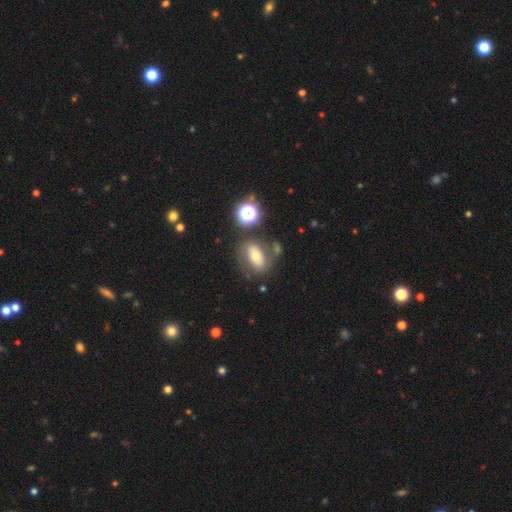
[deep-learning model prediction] Overall: smooth (50%; featured or disk 36%). How rounded: in between (75%). Merging: none (61%).